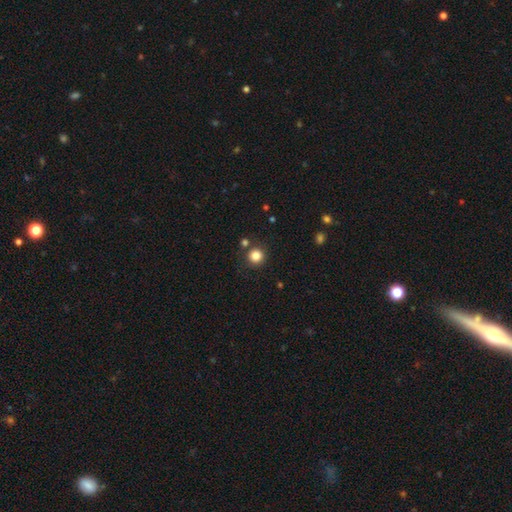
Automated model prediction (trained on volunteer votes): Morphology: type=smooth (83%); roundness=round (94%); merging=none (84%).